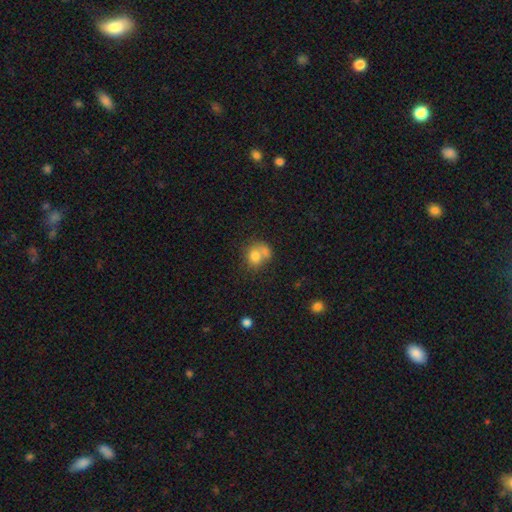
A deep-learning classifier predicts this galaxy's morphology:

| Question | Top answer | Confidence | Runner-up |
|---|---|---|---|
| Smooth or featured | smooth | 75% | featured or disk (16%) |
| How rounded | round | 65% | in between (34%) |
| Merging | merger | 48% | none (31%) |